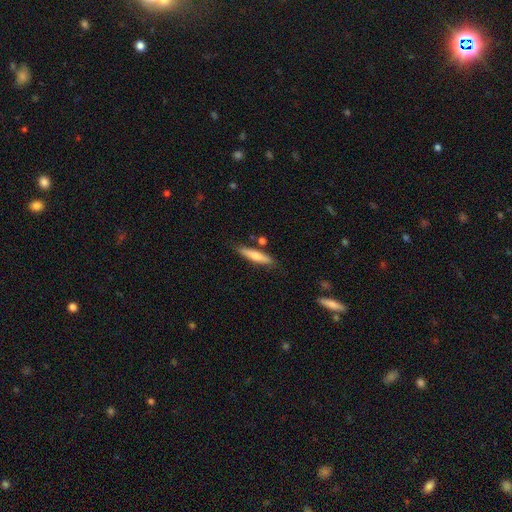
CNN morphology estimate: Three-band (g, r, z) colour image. It shows a smooth galaxy with no disk features (66%) that is cigar-shaped (85%). Merging: none (79%).